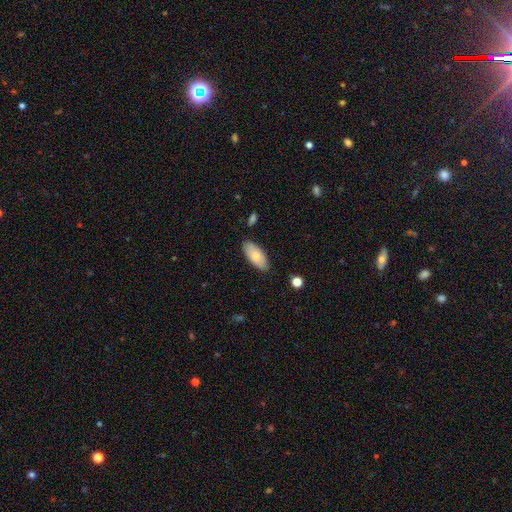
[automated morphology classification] Smooth or featured: smooth — 78% (featured or disk — 16%)
How rounded: in between — 89% (cigar-shaped — 9%)
Merging: none — 84% (minor disturbance — 12%)